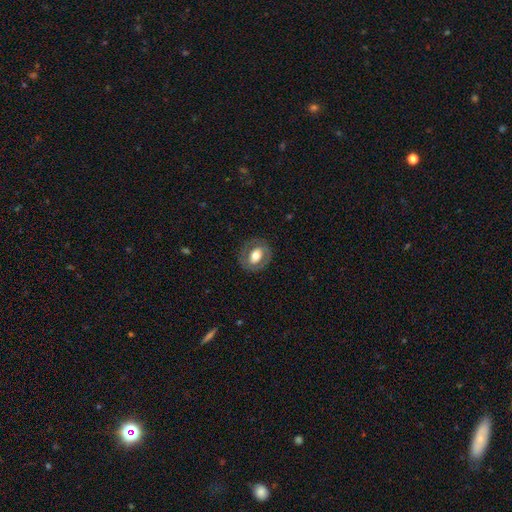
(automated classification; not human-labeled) Smooth or featured? Predicted: smooth (p=0.51). How rounded? Predicted: in between (p=0.55). Merging? Predicted: none (p=0.81).